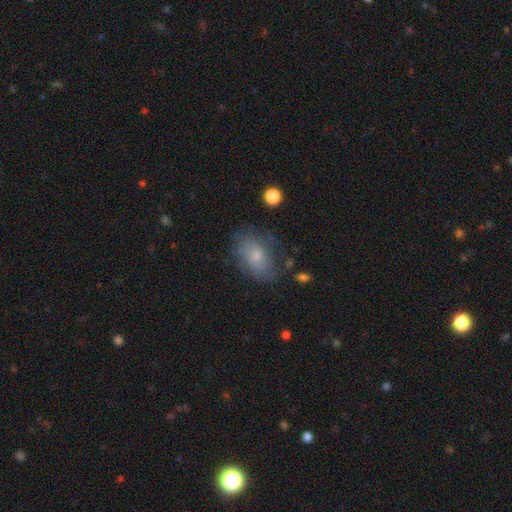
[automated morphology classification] smooth_or_featured: smooth (p=0.66) [alt: featured or disk p=0.25]
how_rounded: in between (p=0.86) [alt: round p=0.12]
merging: none (p=0.62) [alt: minor disturbance p=0.24]